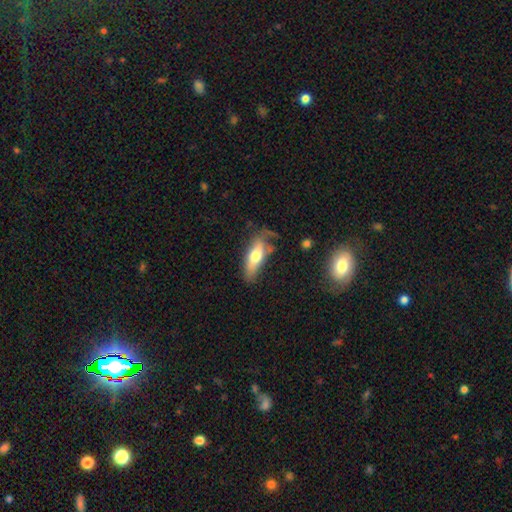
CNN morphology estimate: Smooth or featured? Predicted: smooth (p=0.62). How rounded? Predicted: in between (p=0.63). Merging? Predicted: none (p=0.44).